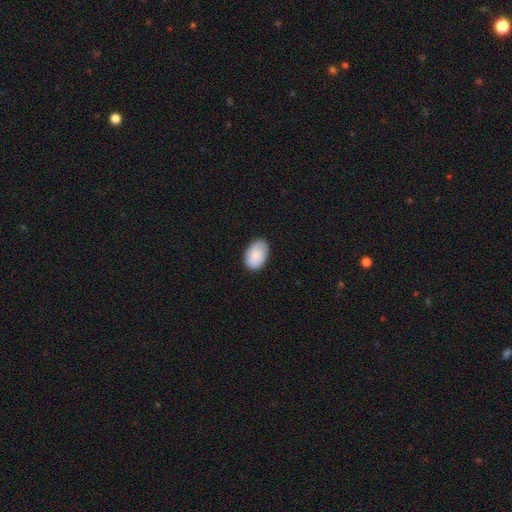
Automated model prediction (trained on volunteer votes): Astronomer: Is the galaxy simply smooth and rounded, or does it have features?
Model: smooth — 88%.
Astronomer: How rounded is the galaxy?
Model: in between — 89%.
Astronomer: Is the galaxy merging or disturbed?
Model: none — 82%.